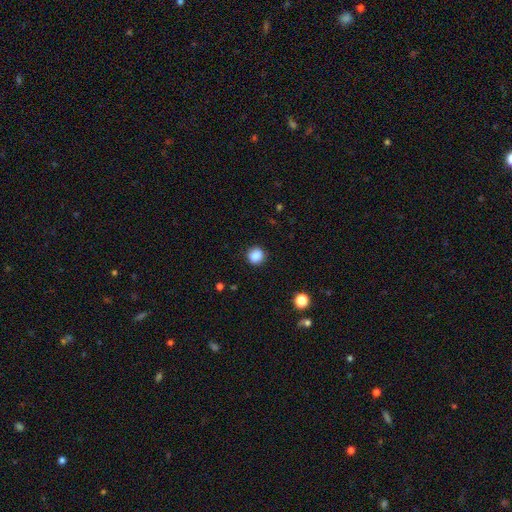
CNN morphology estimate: Overall: smooth (87%). How rounded: round (88%). Merging: none (89%).